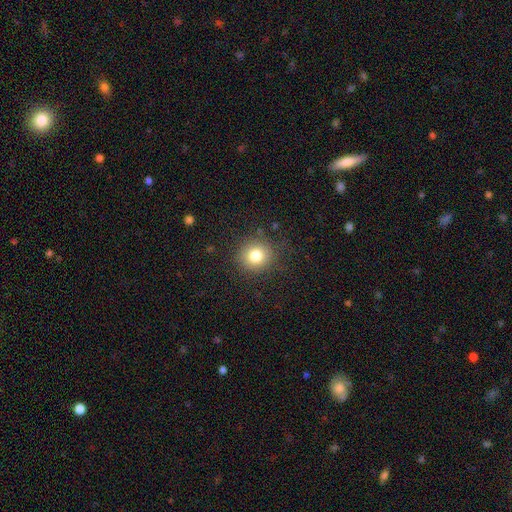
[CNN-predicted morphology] Smooth or featured? smooth (79%)
How rounded? round (90%)
Merging? none (86%)